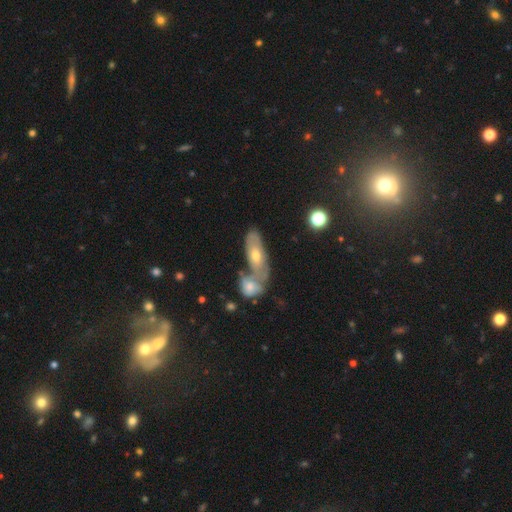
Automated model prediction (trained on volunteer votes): The model was most divided on "smooth or featured": featured or disk: 52%, smooth: 40%, star or artifact: 9%. More confident: edge-on disk — no (78%); merging — merger (51%).